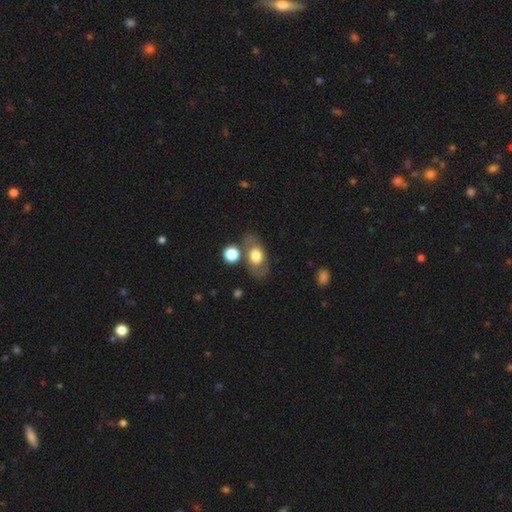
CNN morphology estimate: Overall: smooth (64%; featured or disk 29%). How rounded: in between (77%). Merging: none (66%).